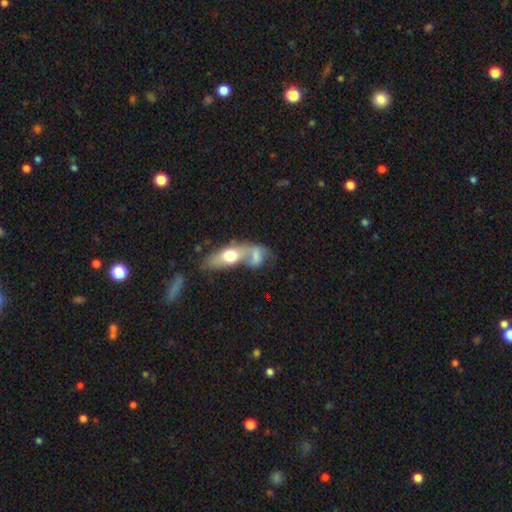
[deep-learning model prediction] Smooth or featured?
  - smooth: 53% *
  - featured or disk: 38%
  - star or artifact: 9%
How rounded?
  - in between: 69% *
  - cigar-shaped: 16%
  - round: 15%
Merging?
  - merger: 62% *
  - none: 20%
  - minor disturbance: 9%
  - major disturbance: 9%